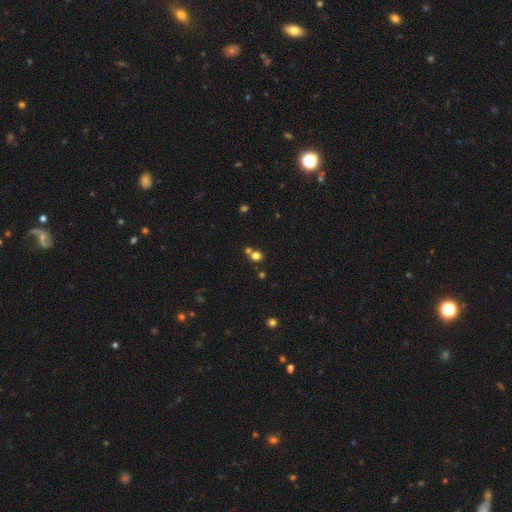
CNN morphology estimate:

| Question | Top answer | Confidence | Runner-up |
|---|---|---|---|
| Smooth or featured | smooth | 72% | star or artifact (20%) |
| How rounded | round | 78% | in between (21%) |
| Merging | none | 58% | merger (31%) |